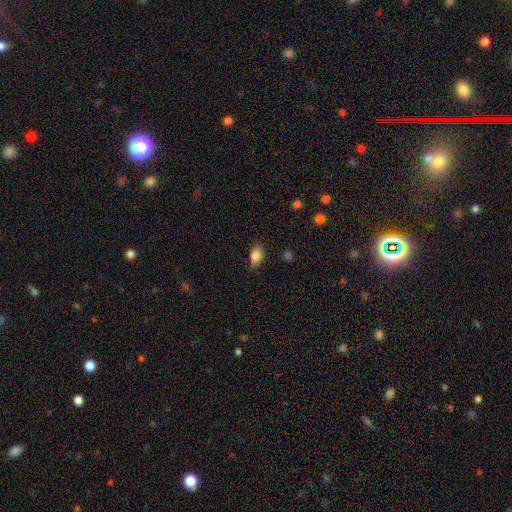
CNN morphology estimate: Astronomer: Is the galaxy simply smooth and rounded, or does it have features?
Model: smooth — 85%.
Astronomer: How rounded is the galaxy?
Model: in between — 89%.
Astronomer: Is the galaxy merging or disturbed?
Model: none — 80%.